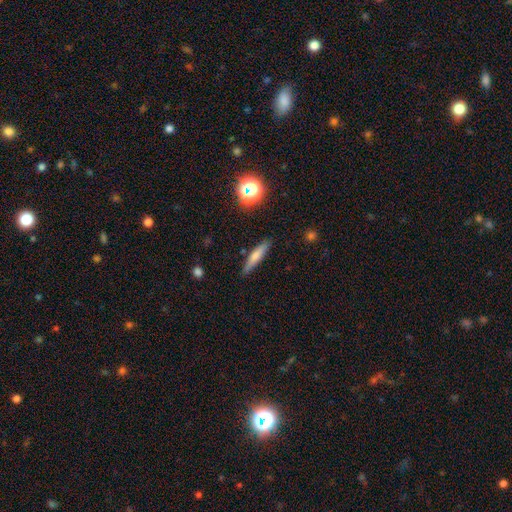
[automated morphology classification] Smooth or featured? Predicted: smooth (p=0.64). How rounded? Predicted: cigar-shaped (p=0.87). Merging? Predicted: none (p=0.87).